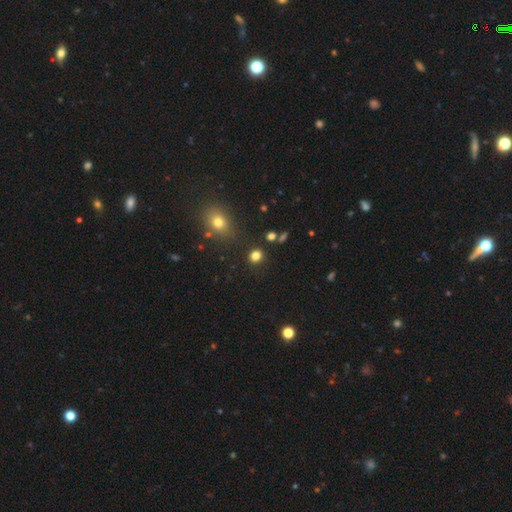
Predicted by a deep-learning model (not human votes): Smooth or featured? Predicted: smooth (p=0.81). How rounded? Predicted: round (p=0.74). Merging? Predicted: none (p=0.85).